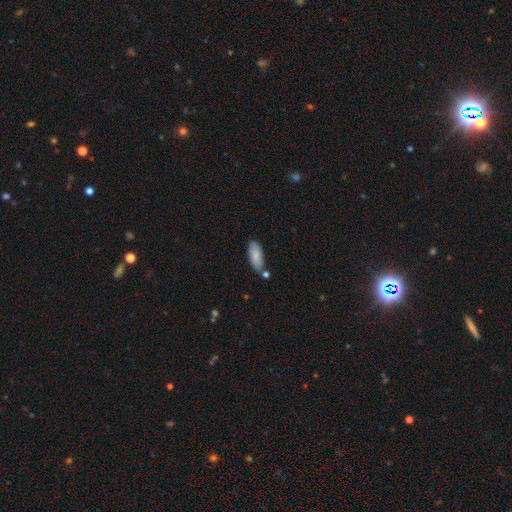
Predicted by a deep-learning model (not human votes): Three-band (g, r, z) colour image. It shows a smooth galaxy with no disk features (84%) that is in between round and cigar-shaped (80%). Merging: none (70%).